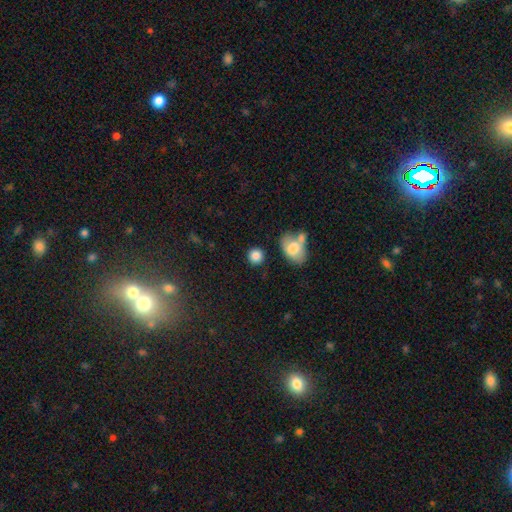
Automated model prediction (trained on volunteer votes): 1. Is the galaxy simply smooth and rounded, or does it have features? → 85% smooth, 9% star or artifact, 6% featured or disk.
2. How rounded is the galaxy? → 84% round, 14% in between, 1% cigar-shaped.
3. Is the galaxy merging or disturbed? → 79% none, 10% minor disturbance, 7% merger, 4% major disturbance.